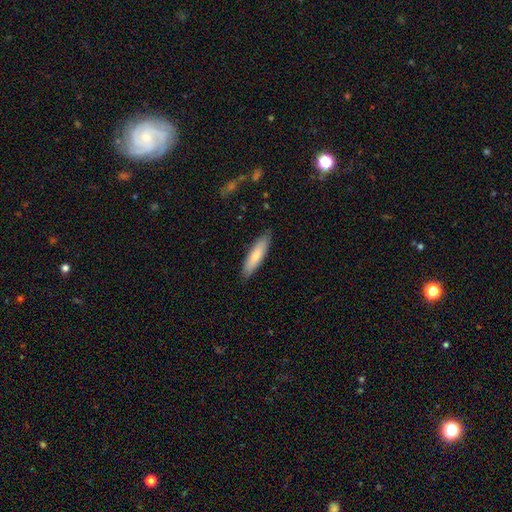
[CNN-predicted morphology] type=smooth (77%); roundness=cigar-shaped (73%); merging=none (87%).